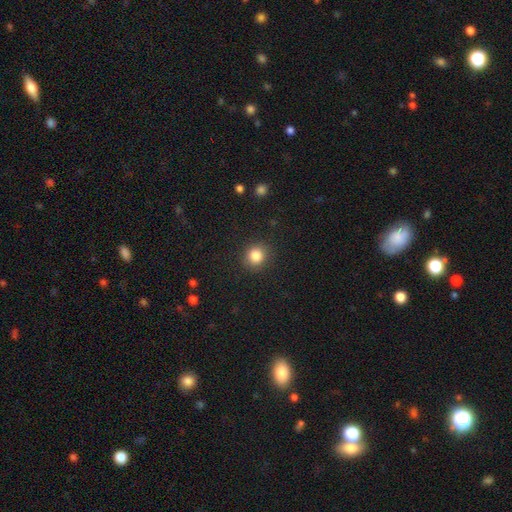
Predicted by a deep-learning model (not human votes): Morphology: type=smooth (84%); roundness=round (84%); merging=none (89%).